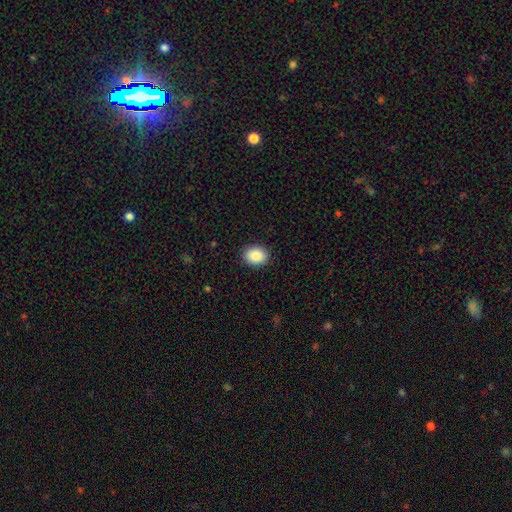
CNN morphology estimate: Q: Smooth or featured?
A: smooth (87%); runner-up: star or artifact (8%)
Q: How rounded?
A: round (57%); runner-up: in between (42%)
Q: Merging?
A: none (90%); runner-up: minor disturbance (7%)